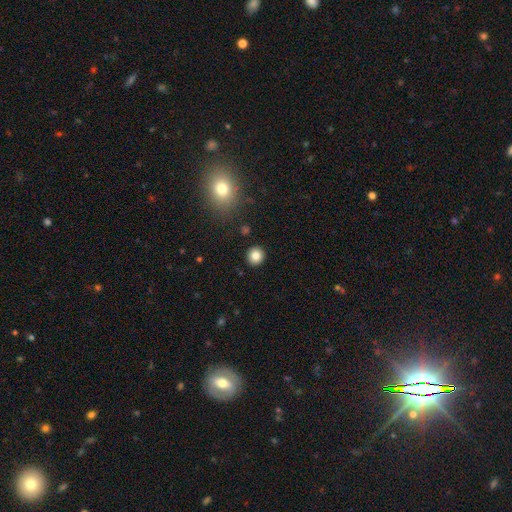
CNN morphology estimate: Smooth or featured: smooth — 83% (star or artifact — 11%)
How rounded: round — 90% (in between — 9%)
Merging: none — 91% (minor disturbance — 5%)